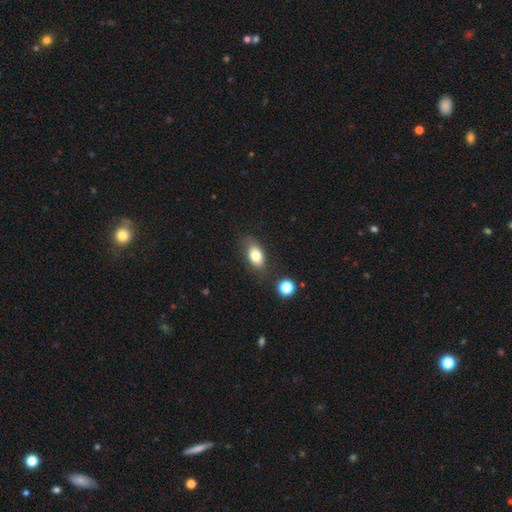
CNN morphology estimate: A smooth galaxy with no disk features (79%) that is in between round and cigar-shaped (88%).

Vote fractions:
- Smooth or featured? smooth: 79% / featured or disk: 12% / star or artifact: 9%
- How rounded? in between: 88% / round: 8% / cigar-shaped: 4%
- Merging? none: 77% / minor disturbance: 15% / major disturbance: 4% / merger: 4%